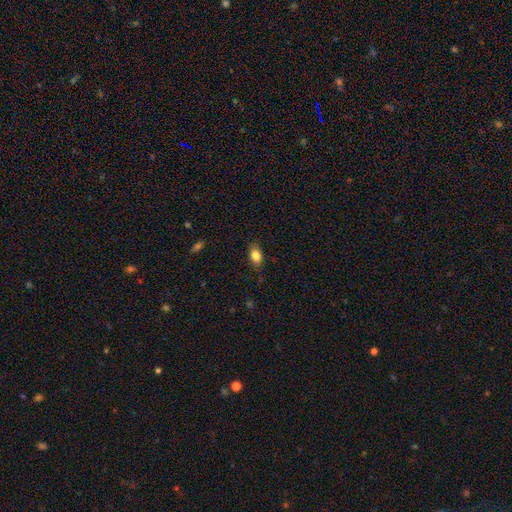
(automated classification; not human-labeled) Morphology: type=smooth (82%); roundness=in between (83%); merging=none (79%).